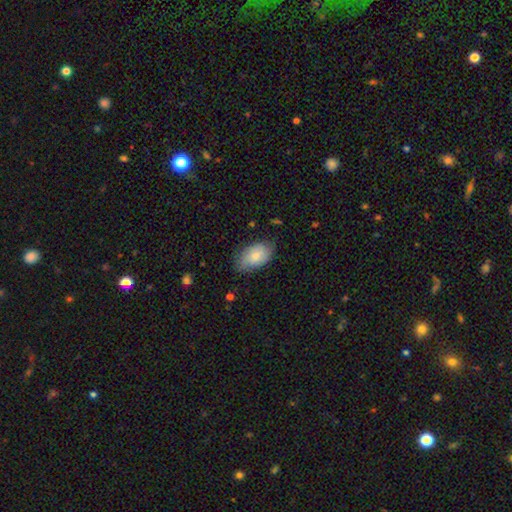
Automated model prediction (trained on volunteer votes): Smooth or featured? Predicted: smooth (p=0.75). How rounded? Predicted: in between (p=0.93). Merging? Predicted: none (p=0.71).